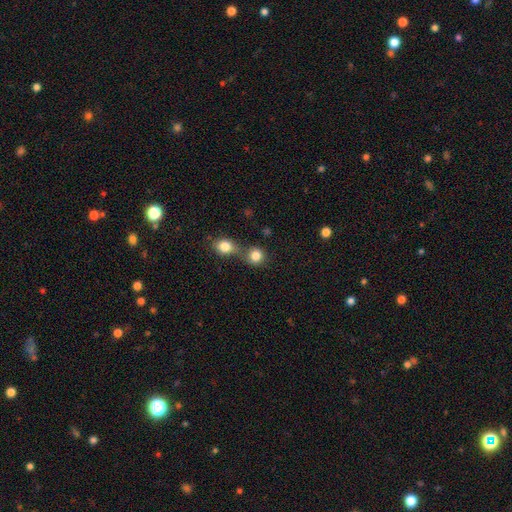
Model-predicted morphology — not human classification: This appears to be a smooth galaxy with no disk features (84%) that is round (87%). Merging: none (48%).